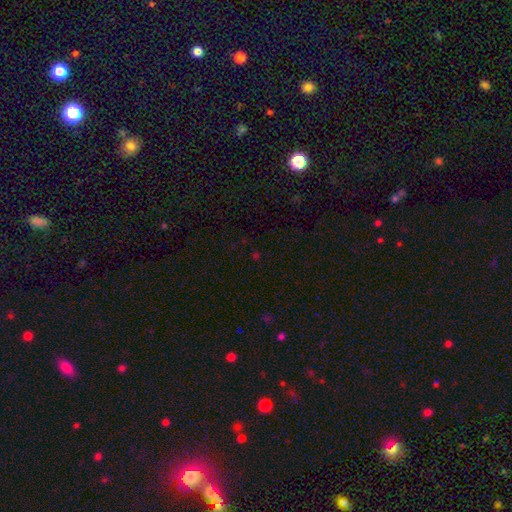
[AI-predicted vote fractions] Q: Smooth or featured?
A: star or artifact (60%); runner-up: smooth (33%)